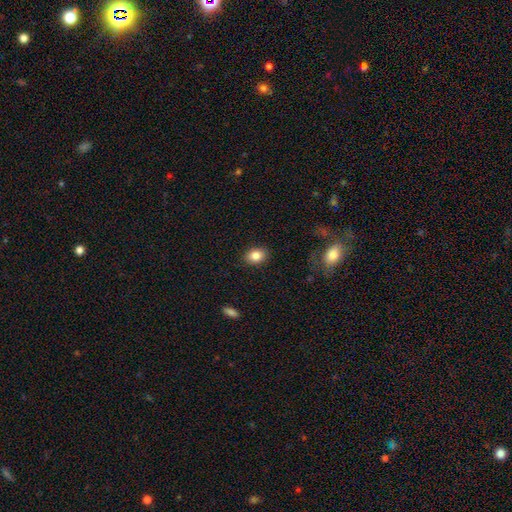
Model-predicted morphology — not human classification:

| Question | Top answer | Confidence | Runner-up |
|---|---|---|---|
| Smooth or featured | smooth | 84% | star or artifact (9%) |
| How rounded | in between | 70% | round (29%) |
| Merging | none | 88% | minor disturbance (9%) |